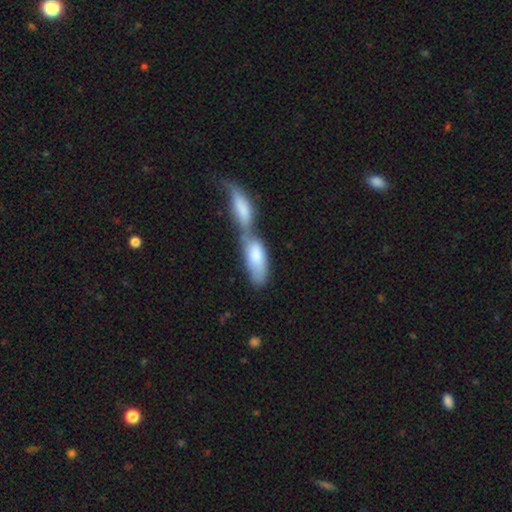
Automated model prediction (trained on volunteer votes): The model was most divided on "how rounded": in between: 75%, cigar-shaped: 23%, round: 2%. More confident: smooth or featured — smooth (76%); merging — merger (71%).